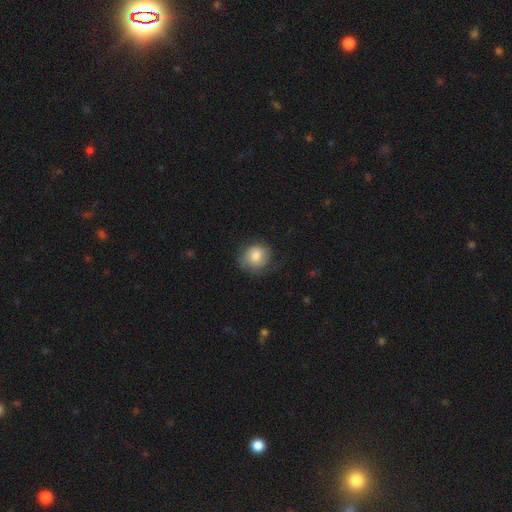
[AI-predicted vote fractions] This is likely a smooth galaxy (72%). How rounded: likely round (78%). Merging: likely none (63%).